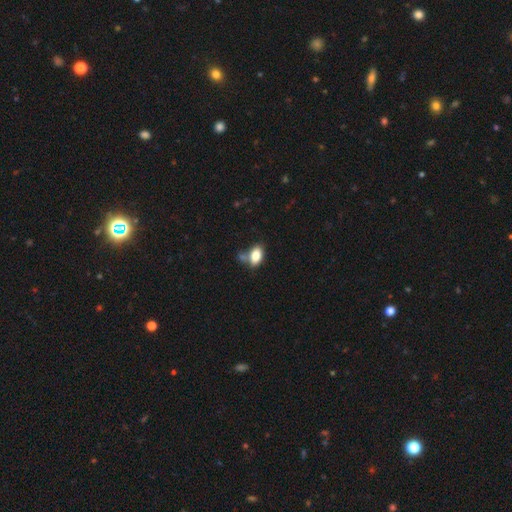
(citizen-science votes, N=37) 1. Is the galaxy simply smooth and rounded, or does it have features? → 95% smooth, 5% star or artifact, 0% featured or disk.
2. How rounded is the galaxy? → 89% in between, 6% round, 6% cigar-shaped.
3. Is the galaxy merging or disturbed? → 60% none, 23% merger, 14% minor disturbance, 3% major disturbance.